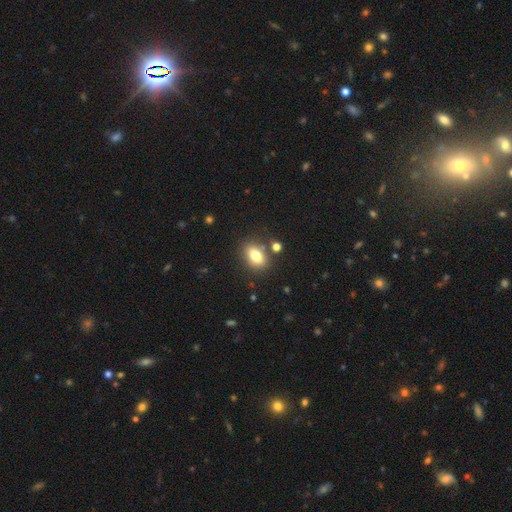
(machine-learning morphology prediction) smooth_or_featured: smooth (p=0.80) [alt: featured or disk p=0.11]
how_rounded: in between (p=0.83) [alt: round p=0.13]
merging: none (p=0.77) [alt: minor disturbance p=0.11]